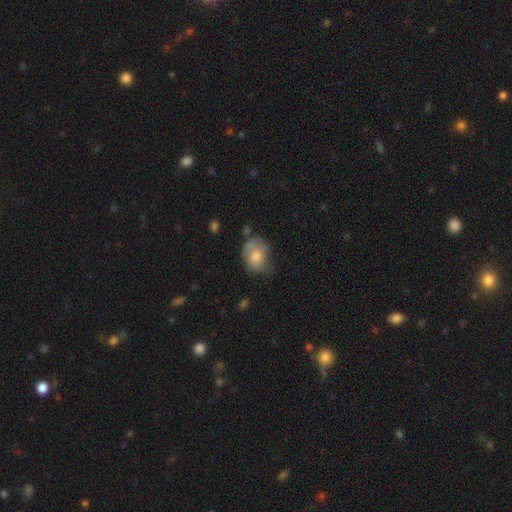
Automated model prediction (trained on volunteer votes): A smooth galaxy with no disk features (70%) that is in between round and cigar-shaped (51%). Merging: none (40%).